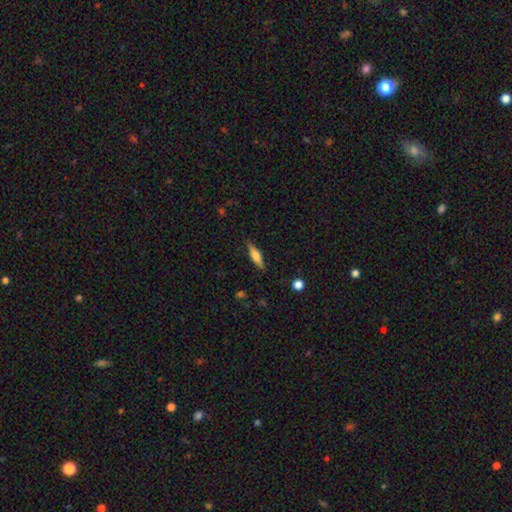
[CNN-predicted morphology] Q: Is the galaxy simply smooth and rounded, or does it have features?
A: smooth — 60%.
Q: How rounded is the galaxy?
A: cigar-shaped — 64%.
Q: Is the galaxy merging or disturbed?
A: none — 86%.